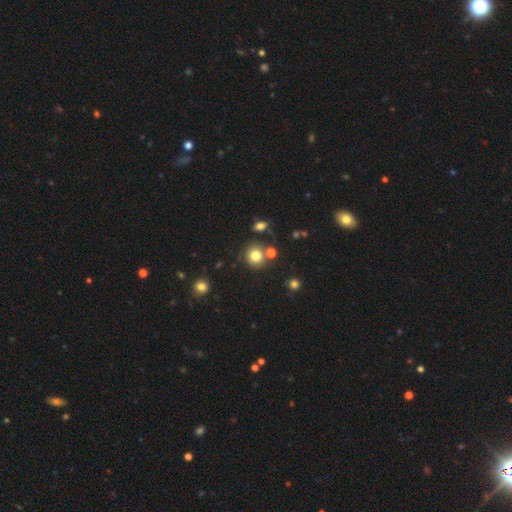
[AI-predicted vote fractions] smooth 80%, star or artifact 12%, featured or disk 8%. Down the decision tree: how rounded — round (88%); merging — none (75%).